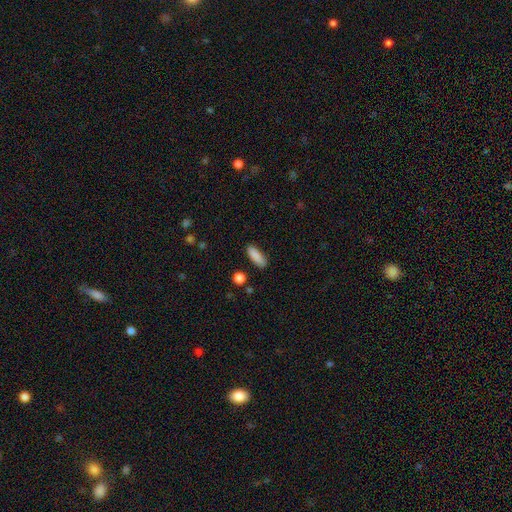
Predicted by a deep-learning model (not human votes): Morphology: type=smooth (89%); roundness=in between (52%); merging=none (86%).